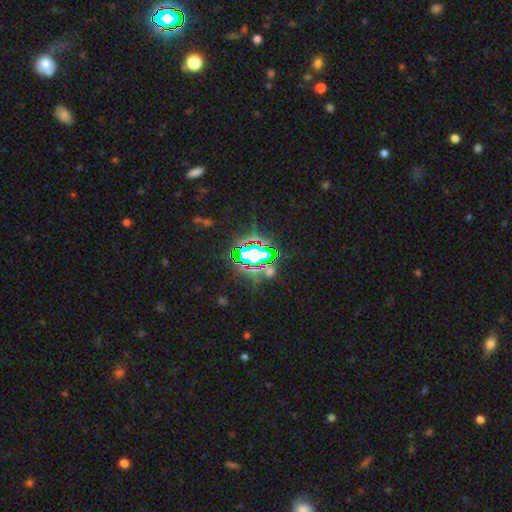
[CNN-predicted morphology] type=star or artifact (74%).